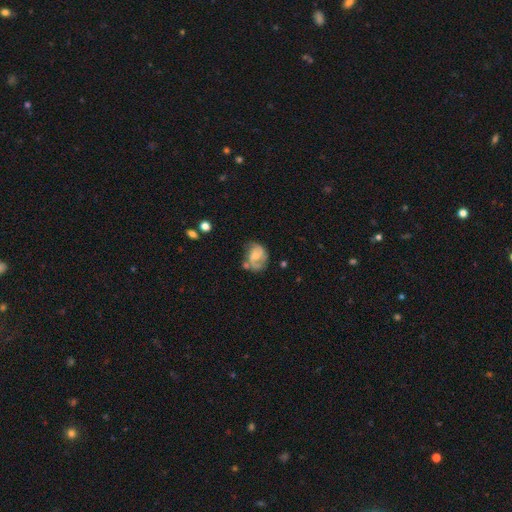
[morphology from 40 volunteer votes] Smooth or featured?
  - featured or disk: 80% *
  - smooth: 15%
  - star or artifact: 5%
Edge-on disk?
  - no: 100% *
  - yes: 0%
Bar?
  - no: 62% *
  - weak: 31%
  - strong: 6%
Spiral arms?
  - yes: 97% *
  - no: 3%
Spiral winding?
  - medium: 48% *
  - loose: 45%
  - tight: 6%
Spiral arm count?
  - 2: 94% *
  - 1: 6%
  - 3: 0%
  - 4: 0%
  - more than 4: 0%
  - can't tell: 0%
Bulge size?
  - moderate: 50% *
  - small: 34%
  - none: 12%
  - large: 3%
  - dominant: 0%
Merging?
  - none: 58% *
  - minor disturbance: 21%
  - major disturbance: 16%
  - merger: 5%